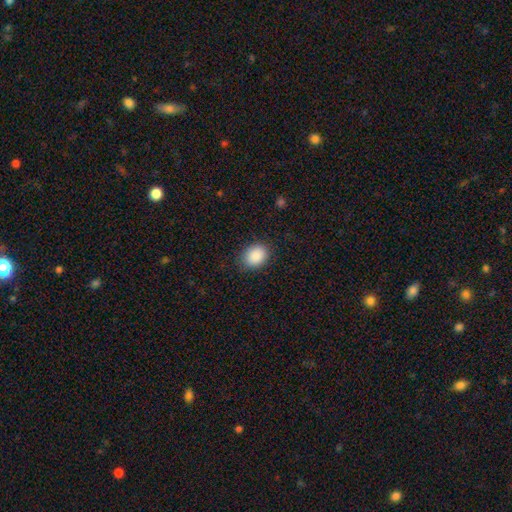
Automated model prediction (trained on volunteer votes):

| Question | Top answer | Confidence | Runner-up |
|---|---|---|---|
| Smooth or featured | smooth | 90% | star or artifact (8%) |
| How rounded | in between | 60% | round (39%) |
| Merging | none | 85% | minor disturbance (11%) |